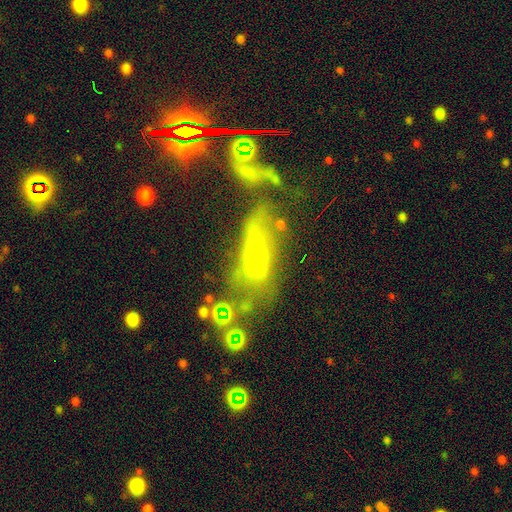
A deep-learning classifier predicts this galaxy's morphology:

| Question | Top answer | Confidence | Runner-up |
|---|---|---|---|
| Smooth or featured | featured or disk | 52% | smooth (28%) |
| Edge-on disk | no | 80% | yes (20%) |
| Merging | merger | 29% | none (28%) |